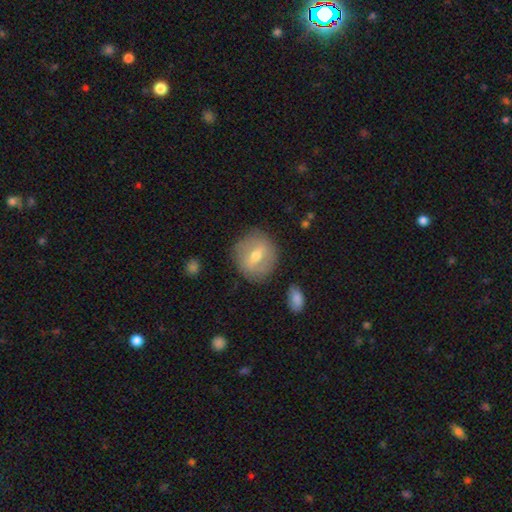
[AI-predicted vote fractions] The model was most divided on "smooth or featured": featured or disk: 47%, smooth: 46%, star or artifact: 7%. More confident: merging — none (82%).